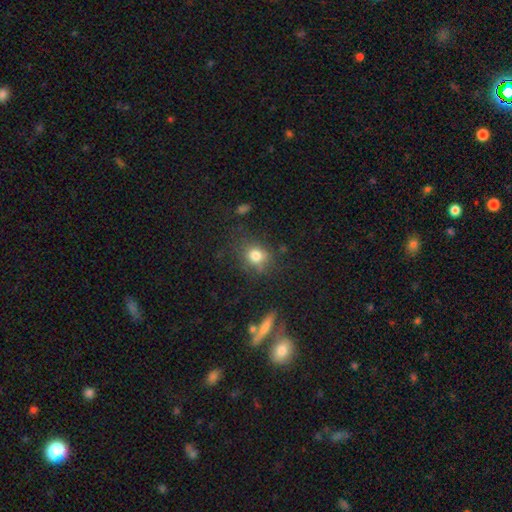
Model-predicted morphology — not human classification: The model was most divided on "how rounded": round: 68%, in between: 31%, cigar-shaped: 1%. More confident: smooth or featured — smooth (78%); merging — none (70%).